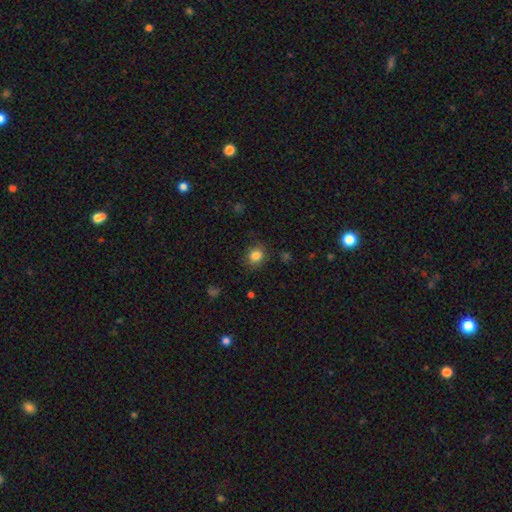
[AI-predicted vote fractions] A smooth galaxy with no disk features (83%) that is round (68%). Merging: none (81%).